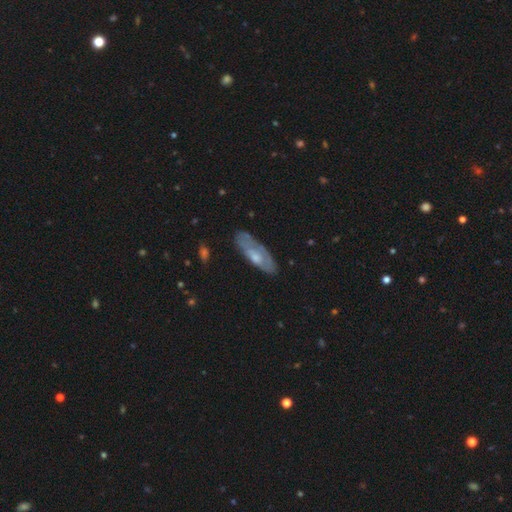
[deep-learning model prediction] A featured or disk galaxy (51%). Merging: none (65%).